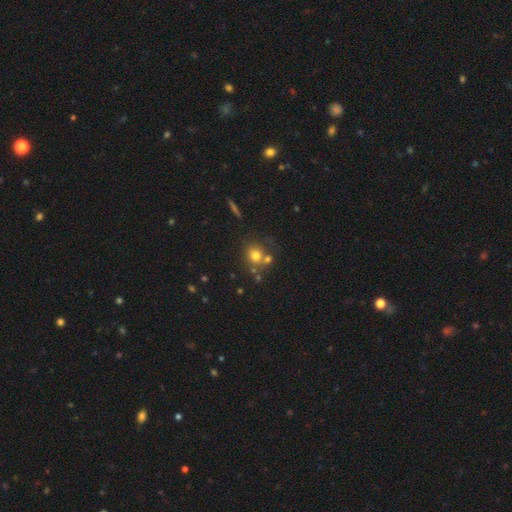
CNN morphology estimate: A smooth galaxy with no disk features (72%) that is round (83%). Merging: none (59%).